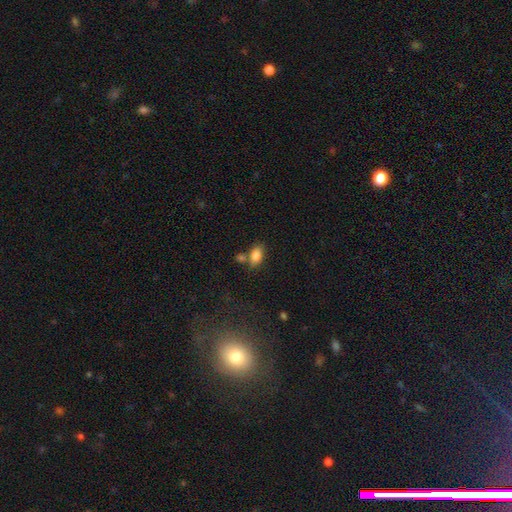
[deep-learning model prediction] smooth-or-featured: smooth: 84% | star or artifact: 9% | featured or disk: 8%
  how-rounded: in between: 88% | round: 9% | cigar-shaped: 3%
  merging: none: 61% | merger: 21% | minor disturbance: 14% | major disturbance: 4%